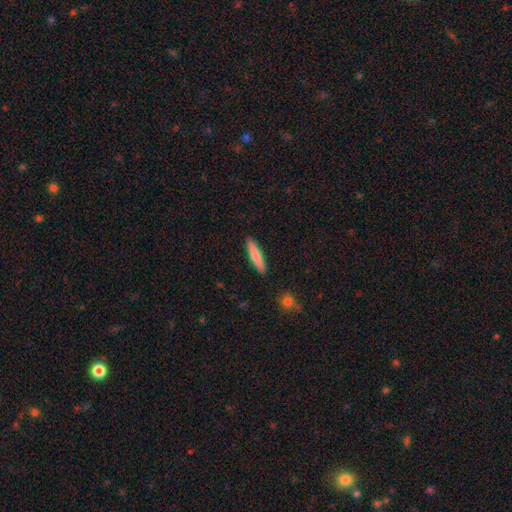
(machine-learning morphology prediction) smooth_or_featured: smooth (p=0.77) [alt: featured or disk p=0.17]
how_rounded: cigar-shaped (p=0.89) [alt: in between p=0.10]
merging: none (p=0.90) [alt: minor disturbance p=0.07]